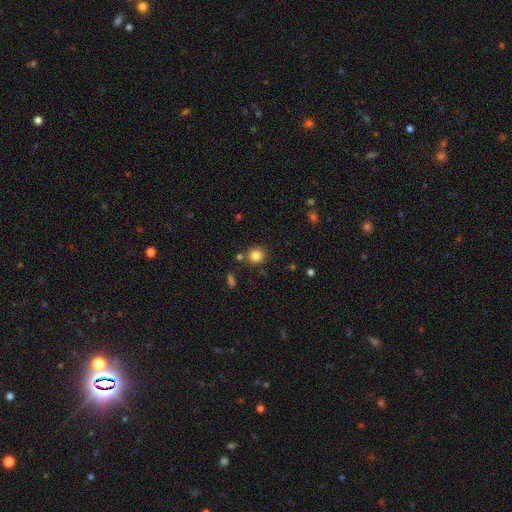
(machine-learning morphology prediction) smooth-or-featured: smooth: 84% | star or artifact: 11% | featured or disk: 5%
  how-rounded: round: 87% | in between: 12% | cigar-shaped: 1%
  merging: none: 80% | minor disturbance: 9% | merger: 8% | major disturbance: 3%